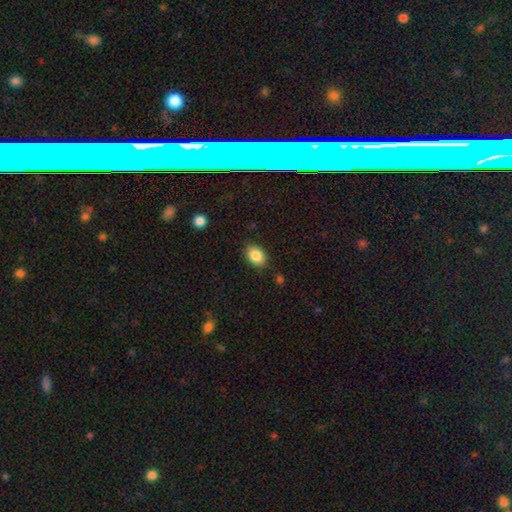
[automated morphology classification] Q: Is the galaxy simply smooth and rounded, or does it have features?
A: smooth — 87%.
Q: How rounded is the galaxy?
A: in between — 80%.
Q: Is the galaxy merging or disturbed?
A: none — 85%.